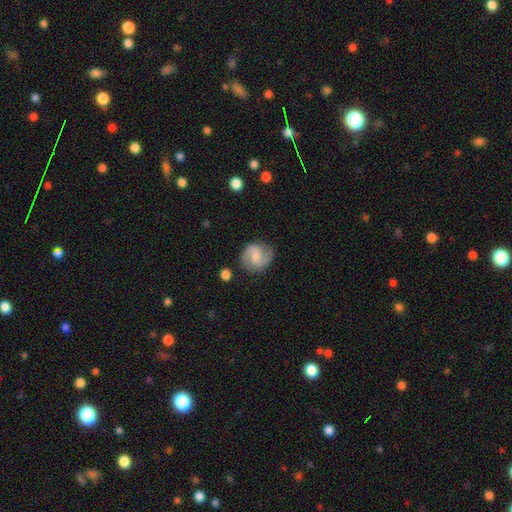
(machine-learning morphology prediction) Smooth or featured: featured or disk — 69% (smooth — 24%)
Edge-on disk: no — 98% (yes — 2%)
Bar: weak — 51% (no — 35%)
Spiral arms: yes — 94% (no — 6%)
Spiral winding: medium — 51% (loose — 29%)
Spiral arm count: 2 — 90% (can't tell — 5%)
Bulge size: small — 44% (moderate — 32%)
Merging: none — 80% (minor disturbance — 13%)